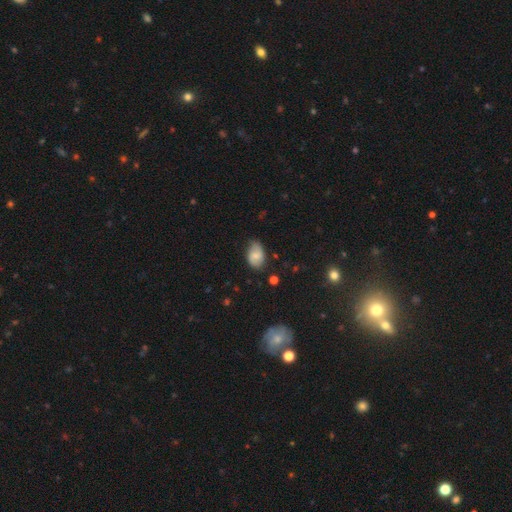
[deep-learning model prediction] smooth 63%, featured or disk 29%, star or artifact 8%. Down the decision tree: how rounded — in between (87%); merging — none (66%).